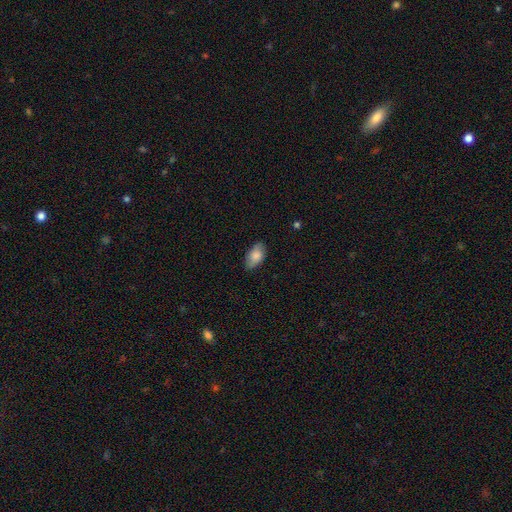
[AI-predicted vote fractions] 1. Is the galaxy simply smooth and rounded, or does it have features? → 78% smooth, 15% featured or disk, 7% star or artifact.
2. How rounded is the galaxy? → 93% in between, 4% round, 3% cigar-shaped.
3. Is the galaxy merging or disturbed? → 81% none, 15% minor disturbance, 3% major disturbance, 1% merger.